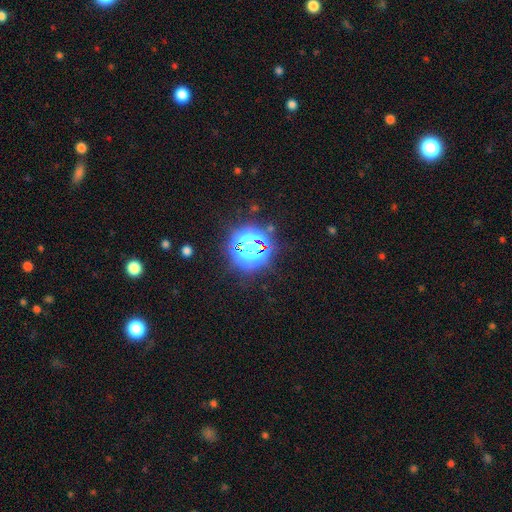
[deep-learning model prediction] This appears to be a star or artifact, not a galaxy (68%).